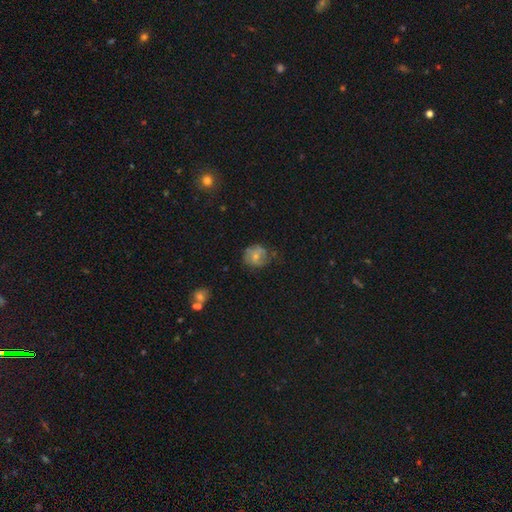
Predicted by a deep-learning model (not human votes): This is likely a smooth galaxy (60%). How rounded: likely round (74%). Merging: possibly none (56%).